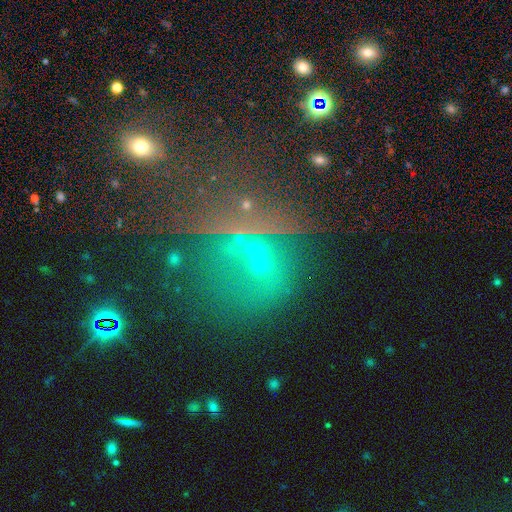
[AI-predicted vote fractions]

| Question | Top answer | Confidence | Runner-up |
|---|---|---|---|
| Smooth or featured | star or artifact | 53% | smooth (30%) |